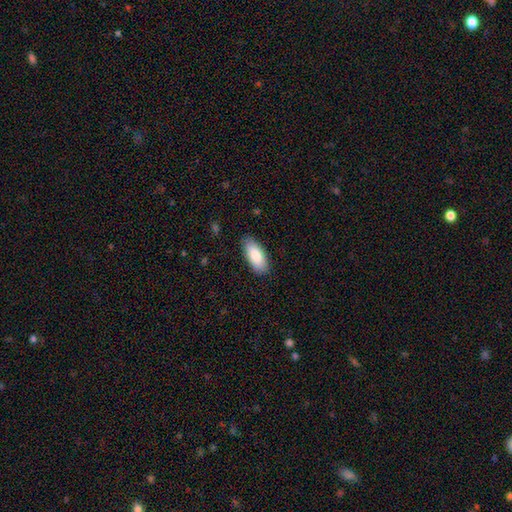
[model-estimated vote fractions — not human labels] smooth 85%, featured or disk 9%, star or artifact 6%. Down the decision tree: how rounded — in between (87%); merging — none (86%).